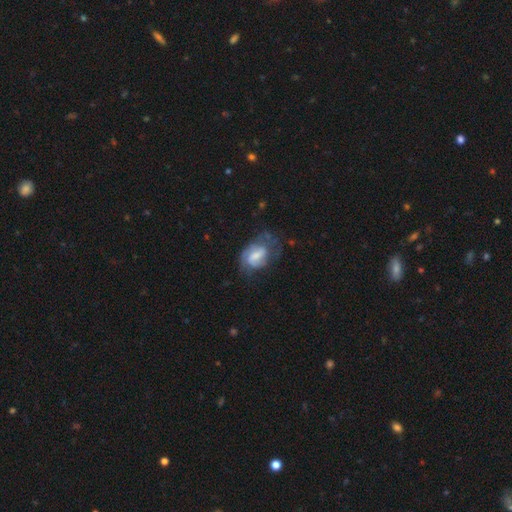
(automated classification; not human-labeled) featured or disk 62%, smooth 30%, star or artifact 7%. Down the decision tree: edge-on disk — no (97%); bar — weak (51%); spiral arms — yes (79%); bulge size — moderate (35%); merging — none (44%).